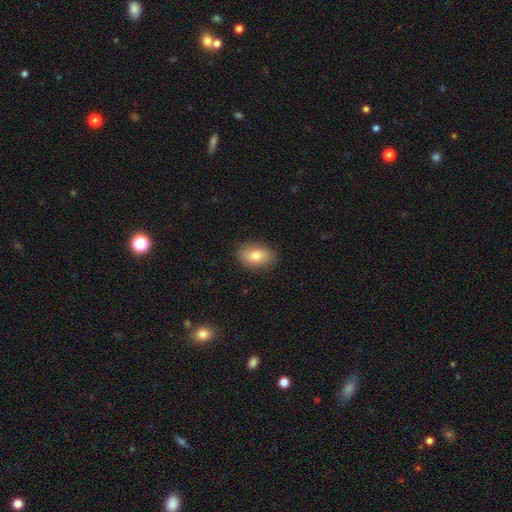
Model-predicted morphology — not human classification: Smooth or featured?
  - smooth: 80% *
  - featured or disk: 13%
  - star or artifact: 8%
How rounded?
  - in between: 87% *
  - round: 11%
  - cigar-shaped: 2%
Merging?
  - none: 86% *
  - minor disturbance: 10%
  - major disturbance: 2%
  - merger: 1%